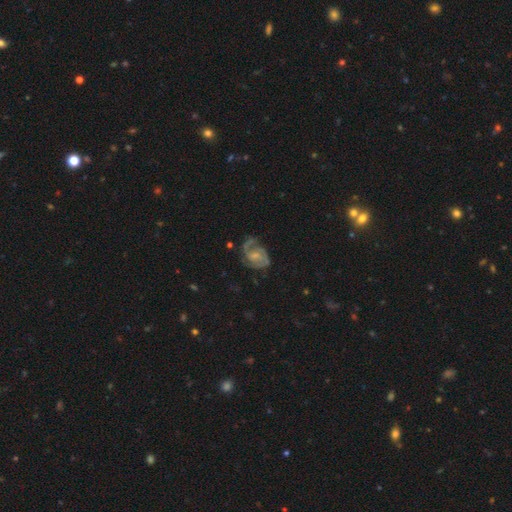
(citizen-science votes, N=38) Morphology: type=featured or disk (87%); edge-on=no (100%); bar=weak (45%); spiral arms=yes (88%); winding=medium (52%); arm count=2 (66%); bulge=moderate (45%); merging=none (34%).